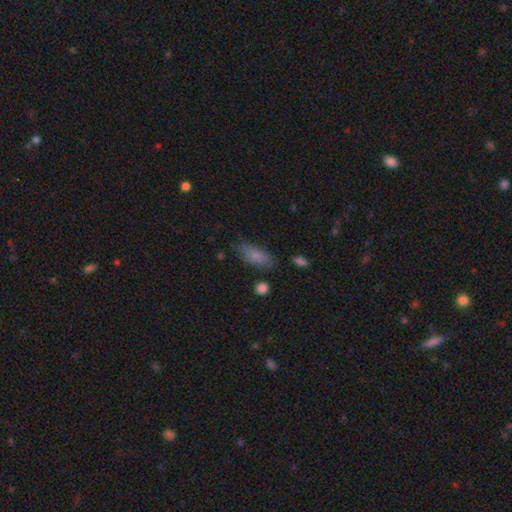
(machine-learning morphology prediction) smooth 81%, featured or disk 11%, star or artifact 8%. Down the decision tree: how rounded — in between (75%); merging — none (74%).